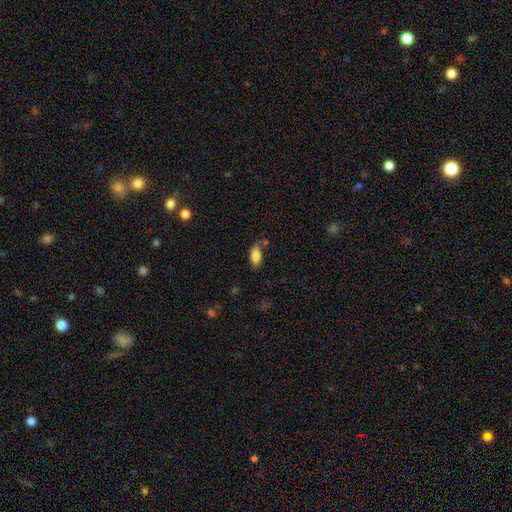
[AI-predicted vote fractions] Morphology: type=smooth (83%); roundness=in between (90%); merging=none (61%).